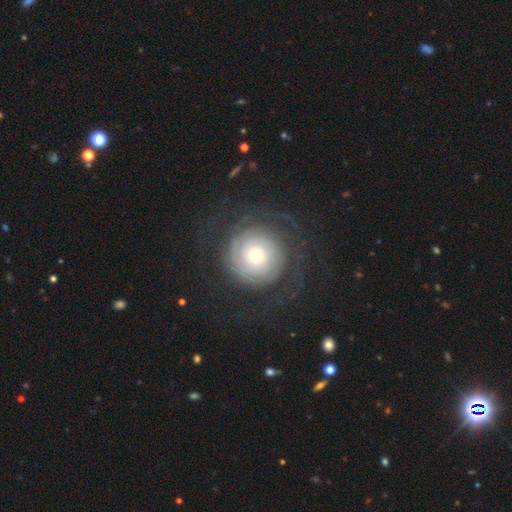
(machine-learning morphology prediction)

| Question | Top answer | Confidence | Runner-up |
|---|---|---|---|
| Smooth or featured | featured or disk | 73% | smooth (19%) |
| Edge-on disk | no | 97% | yes (3%) |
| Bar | no | 83% | weak (13%) |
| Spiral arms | yes | 91% | no (9%) |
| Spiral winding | tight | 73% | medium (17%) |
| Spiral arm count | can't tell | 38% | 2 (28%) |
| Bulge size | small | 55% | moderate (35%) |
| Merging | none | 70% | major disturbance (17%) |